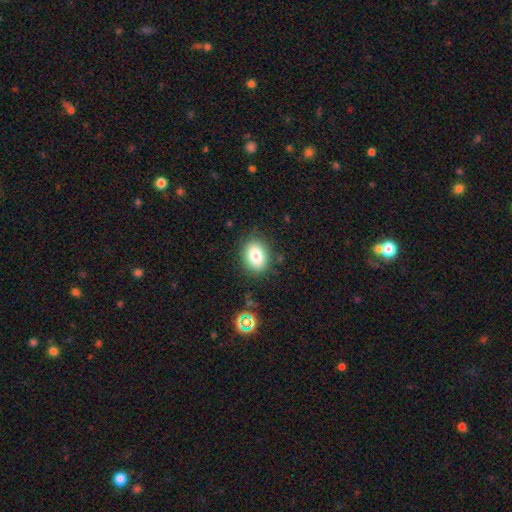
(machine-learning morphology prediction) This appears to be a smooth galaxy with no disk features (80%) that is in between round and cigar-shaped (66%). Merging: none (84%).